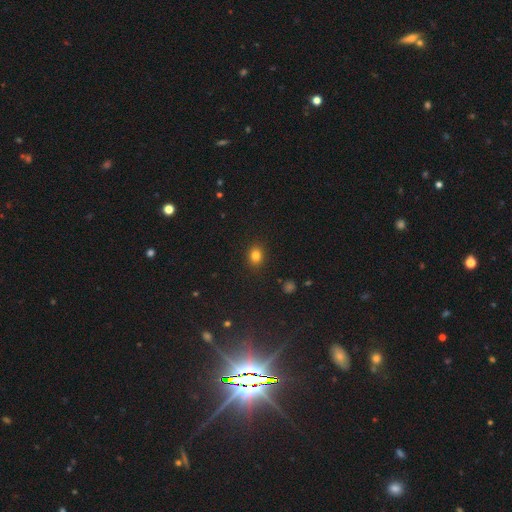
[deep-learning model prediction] The model was most divided on "how rounded": round: 54%, in between: 45%, cigar-shaped: 1%. More confident: merging — none (89%); smooth or featured — smooth (82%).